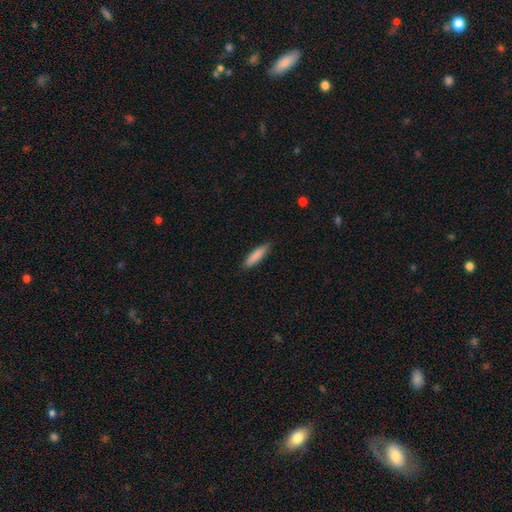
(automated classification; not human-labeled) Smooth or featured? smooth (86%)
How rounded? cigar-shaped (77%)
Merging? none (87%)